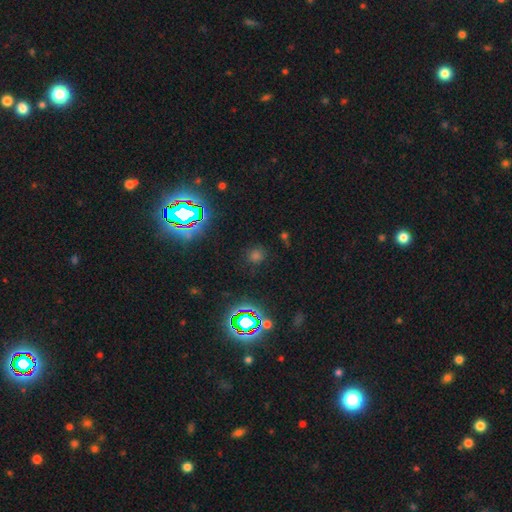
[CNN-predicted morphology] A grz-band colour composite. It shows a smooth galaxy with no disk features (48%). Merging: none (86%).